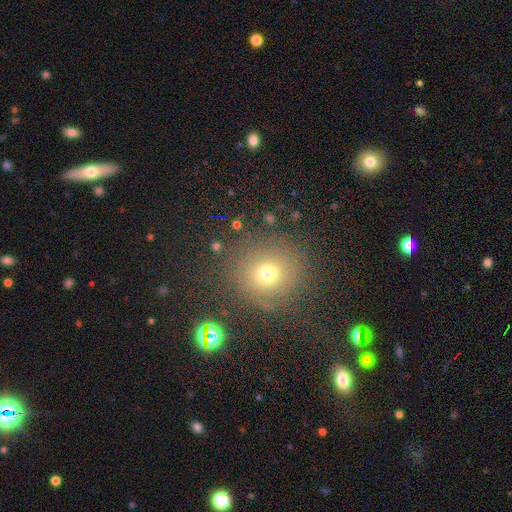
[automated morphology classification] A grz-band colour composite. It shows a smooth galaxy with no disk features (62%) that is round (88%). Merging: none (84%).